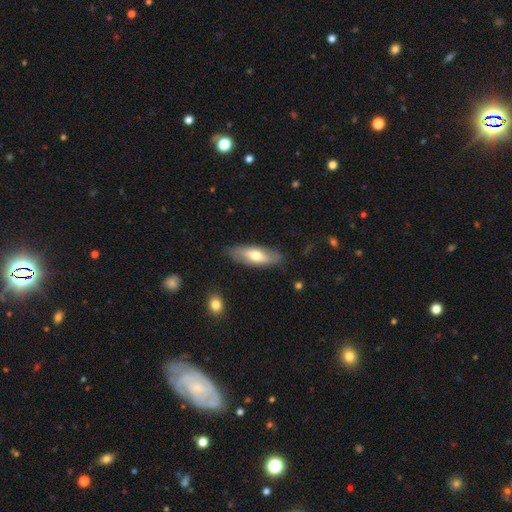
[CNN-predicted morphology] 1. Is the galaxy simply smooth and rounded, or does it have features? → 55% smooth, 39% featured or disk, 5% star or artifact.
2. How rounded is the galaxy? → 68% in between, 30% cigar-shaped, 3% round.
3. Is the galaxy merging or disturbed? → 82% none, 14% minor disturbance, 3% major disturbance, 1% merger.